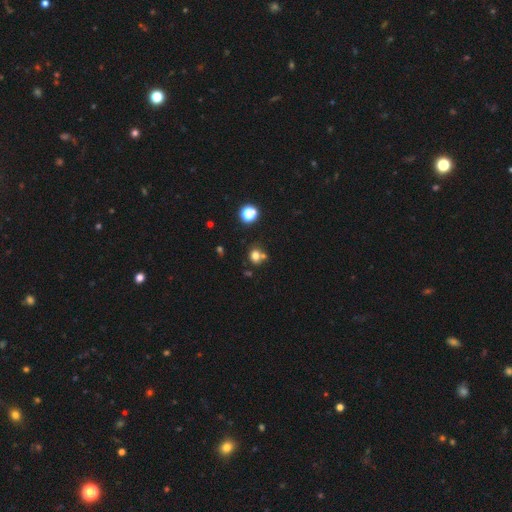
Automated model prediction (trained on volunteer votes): This appears to be a smooth galaxy with no disk features (74%) that is round (70%). Merging: none (56%).